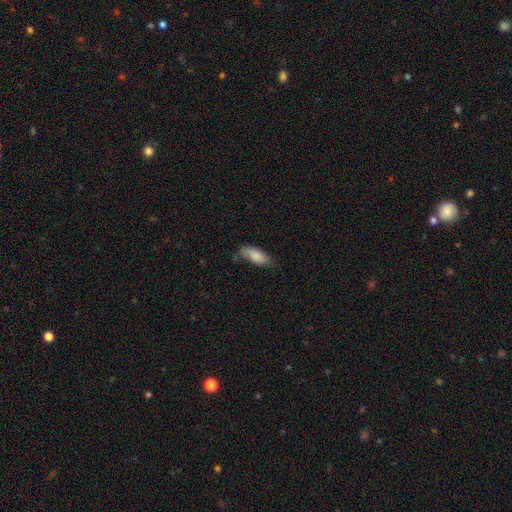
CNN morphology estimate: Q: Smooth or featured?
A: smooth (83%); runner-up: featured or disk (10%)
Q: How rounded?
A: in between (81%); runner-up: cigar-shaped (17%)
Q: Merging?
A: none (60%); runner-up: minor disturbance (30%)